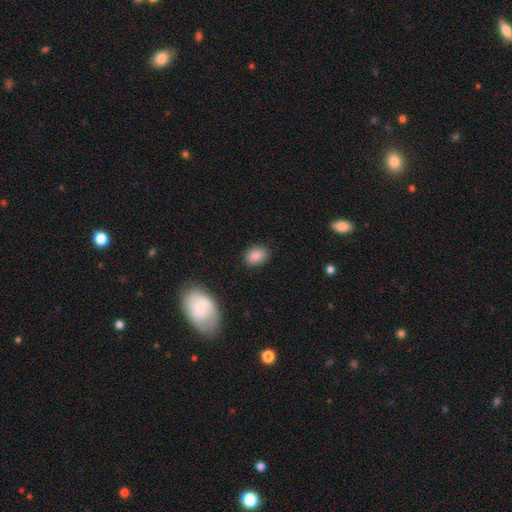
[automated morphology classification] Smooth or featured? Predicted: smooth (p=0.84). How rounded? Predicted: in between (p=0.61). Merging? Predicted: none (p=0.80).